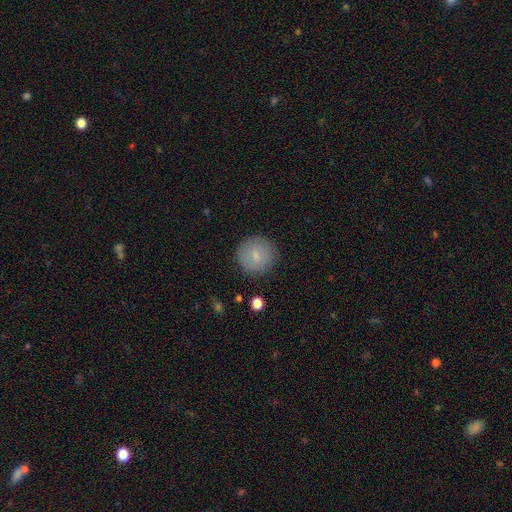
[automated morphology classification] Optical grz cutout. It shows a smooth galaxy with no disk features (74%) that is round (92%). Merging: none (86%).